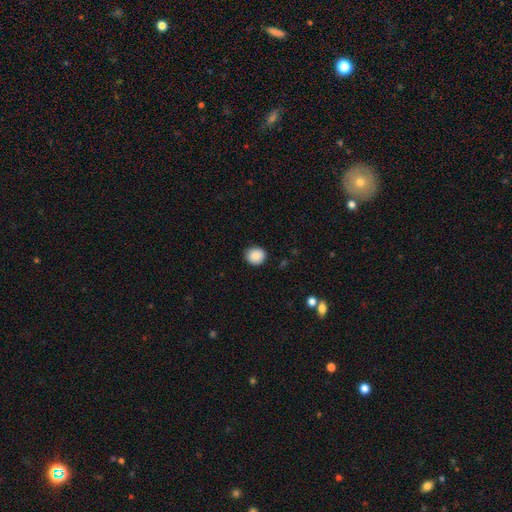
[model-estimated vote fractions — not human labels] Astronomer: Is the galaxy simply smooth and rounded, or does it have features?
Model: smooth — 88%.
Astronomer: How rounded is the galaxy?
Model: round — 85%.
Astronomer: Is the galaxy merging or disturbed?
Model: none — 89%.